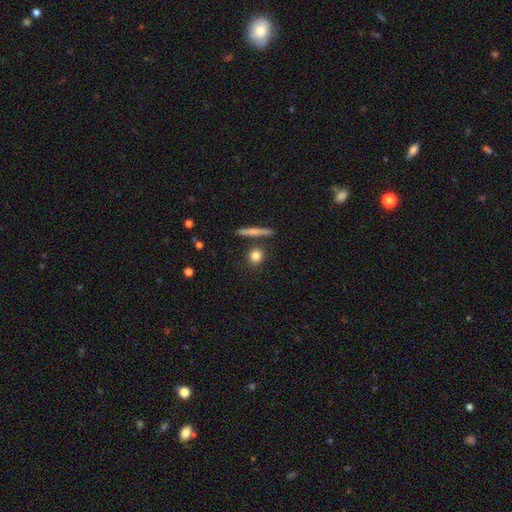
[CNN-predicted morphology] smooth_or_featured: smooth (p=0.82) [alt: featured or disk p=0.10]
how_rounded: round (p=0.77) [alt: in between p=0.14]
merging: none (p=0.81) [alt: minor disturbance p=0.08]